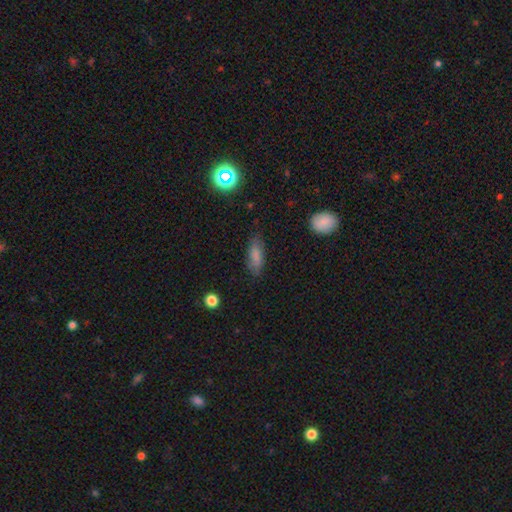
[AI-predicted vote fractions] This appears to be a smooth galaxy with no disk features (79%) that is in between round and cigar-shaped (67%). Merging: none (78%).